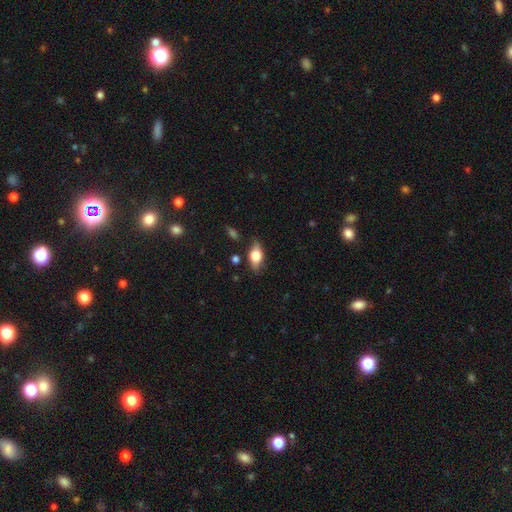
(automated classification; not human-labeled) This is likely a smooth galaxy (65%). How rounded: clearly in between (84%). Merging: likely none (76%).